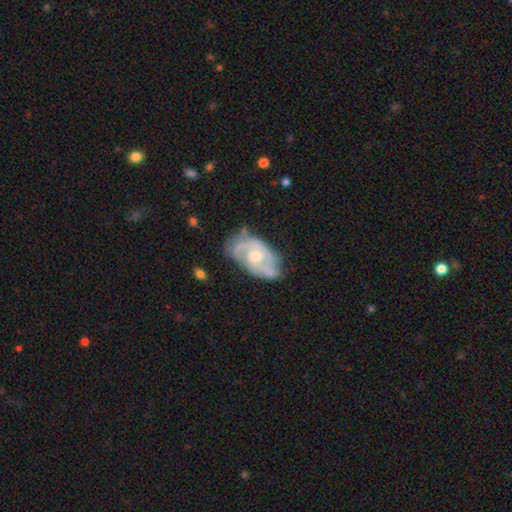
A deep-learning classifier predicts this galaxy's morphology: A featured or disk galaxy (79%) with no bar (64%), 2 (49%) tight (46%) spiral arms (90%) and a moderate central bulge (54%).

Vote fractions:
- Smooth or featured? featured or disk: 79% / smooth: 15% / star or artifact: 6%
- Edge-on disk? no: 96% / yes: 4%
- Bar? no: 64% / weak: 31% / strong: 5%
- Spiral arms? yes: 90% / no: 10%
- Spiral winding? tight: 46% / medium: 41% / loose: 13%
- Spiral arm count? 2: 49% / can't tell: 24% / 3: 17% / 1: 4% / 4: 3% / more than 4: 2%
- Bulge size? moderate: 54% / small: 39% / large: 3% / none: 3% / dominant: 1%
- Merging? none: 62% / minor disturbance: 26% / major disturbance: 9% / merger: 3%